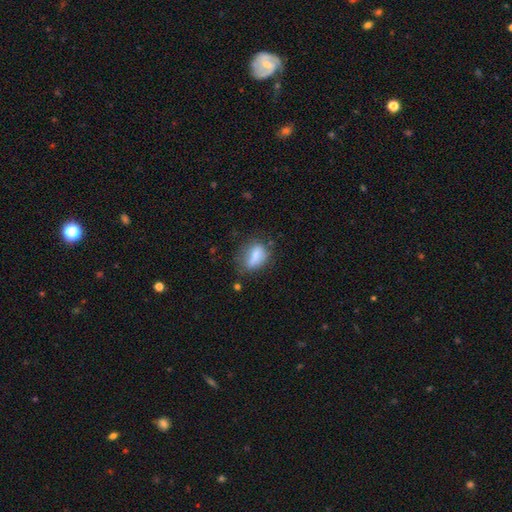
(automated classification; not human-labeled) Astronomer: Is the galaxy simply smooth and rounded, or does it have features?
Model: smooth — 74%.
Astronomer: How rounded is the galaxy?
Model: in between — 75%.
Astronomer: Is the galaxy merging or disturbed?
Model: none — 54%.